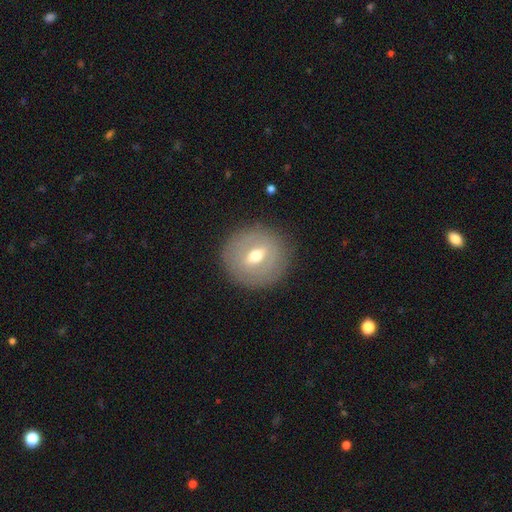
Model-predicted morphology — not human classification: Smooth or featured?
  - featured or disk: 47% *
  - smooth: 45%
  - star or artifact: 8%
Merging?
  - none: 86% *
  - minor disturbance: 9%
  - major disturbance: 4%
  - merger: 1%